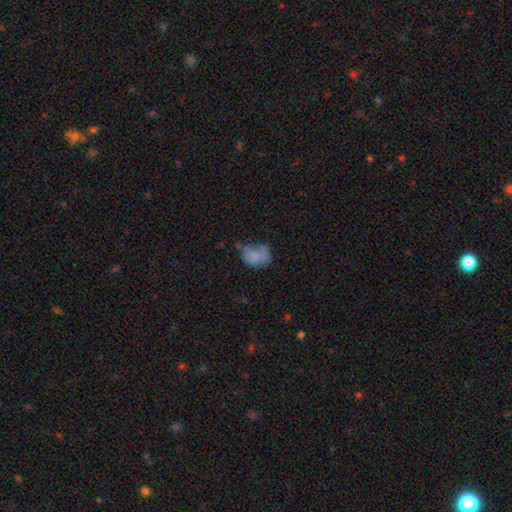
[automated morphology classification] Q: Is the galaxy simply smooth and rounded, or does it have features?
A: smooth — 66%.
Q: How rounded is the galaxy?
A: in between — 60%.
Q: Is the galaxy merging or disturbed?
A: none — 34%.